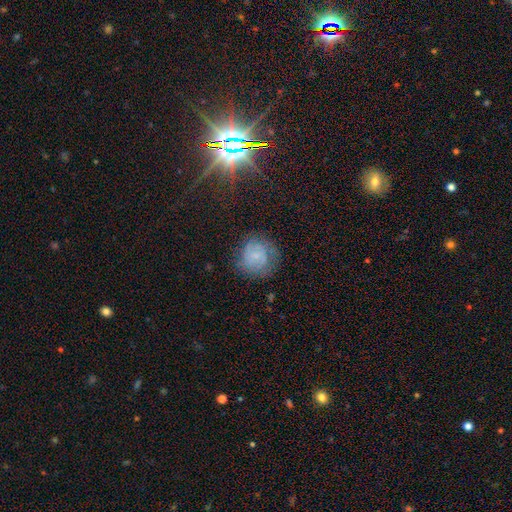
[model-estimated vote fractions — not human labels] Smooth or featured: smooth — 52% (featured or disk — 35%)
How rounded: round — 87% (in between — 12%)
Merging: none — 67% (minor disturbance — 20%)